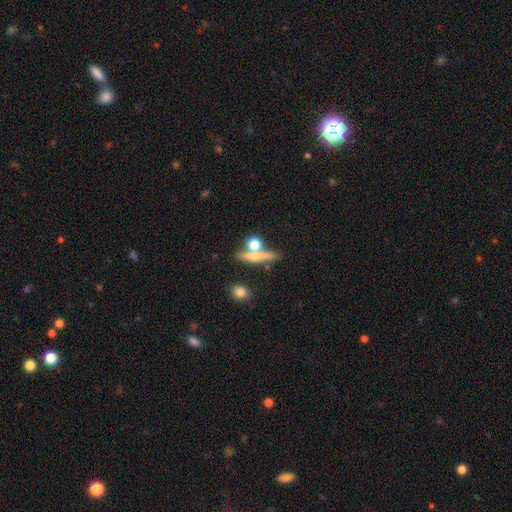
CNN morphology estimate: smooth_or_featured: smooth (p=0.57) [alt: featured or disk p=0.32]
how_rounded: cigar-shaped (p=0.56) [alt: round p=0.26]
merging: none (p=0.65) [alt: merger p=0.21]